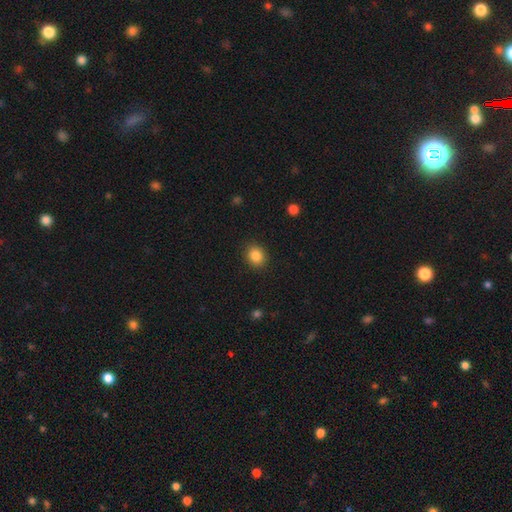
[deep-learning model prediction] smooth_or_featured: smooth (p=0.86) [alt: star or artifact p=0.10]
how_rounded: round (p=0.67) [alt: in between p=0.32]
merging: none (p=0.89) [alt: minor disturbance p=0.08]